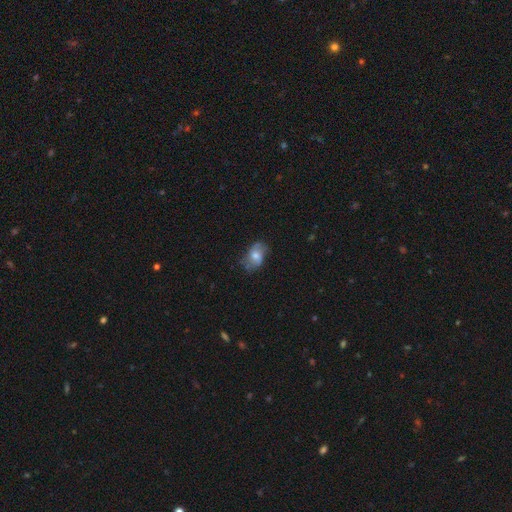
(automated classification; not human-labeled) smooth 51%, featured or disk 41%, star or artifact 9%. Down the decision tree: how rounded — in between (82%); merging — none (64%).